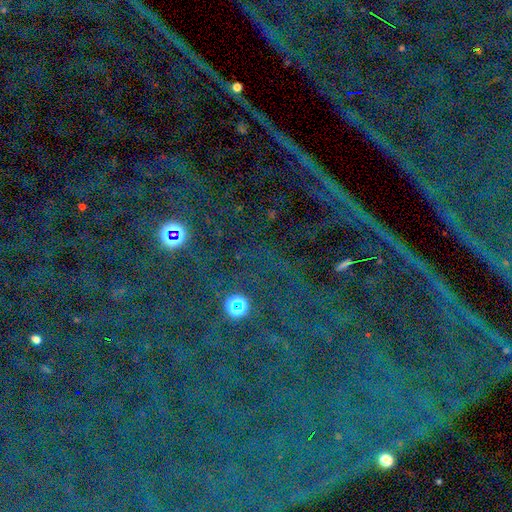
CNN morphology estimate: Smooth or featured? star or artifact (84%)